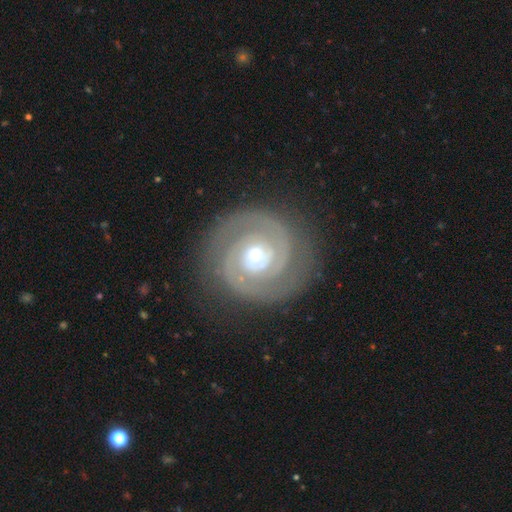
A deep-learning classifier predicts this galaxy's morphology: smooth-or-featured: featured or disk: 90% | smooth: 5% | star or artifact: 5%
  disk-edge-on: no: 98% | yes: 2%
    bar: no: 65% | weak: 25% | strong: 10%
    has-spiral-arms: yes: 98% | no: 2%
      spiral-winding: tight: 78% | medium: 19% | loose: 3%
      spiral-arm-count: 2: 81% | 3: 7% | can't tell: 5% | 1: 2% | 4: 2% | more than 4: 2%
    bulge-size: moderate: 55% | small: 38% | large: 4% | dominant: 1% | none: 1%
  merging: none: 83% | minor disturbance: 11% | major disturbance: 4% | merger: 1%